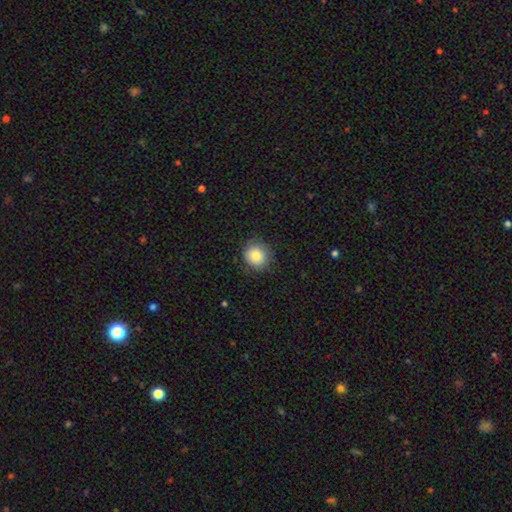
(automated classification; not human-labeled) The model was most divided on "merging": none: 83%, minor disturbance: 12%, major disturbance: 3%, merger: 1%. More confident: how rounded — round (90%); smooth or featured — smooth (82%).